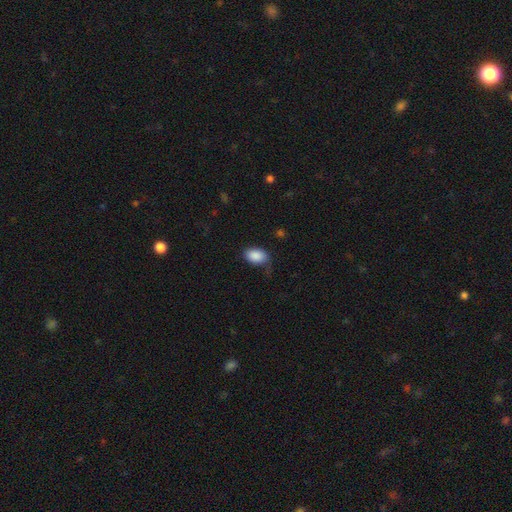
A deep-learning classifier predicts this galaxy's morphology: This appears to be a smooth galaxy with no disk features (88%) that is in between round and cigar-shaped (90%). Merging: none (67%).